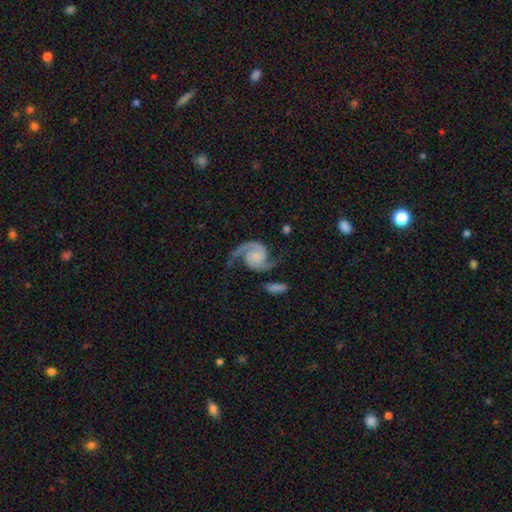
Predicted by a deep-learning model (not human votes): This is clearly a featured or disk galaxy (93%). It is clearly not viewed edge-on (98%). Bar: likely no (72%). Spiral arm pattern: clearly yes (98%). Spiral arm count: clearly 2 (94%). Spiral winding: possibly medium (52%). Central bulge: marginally none (40%). Merging: likely none (73%).